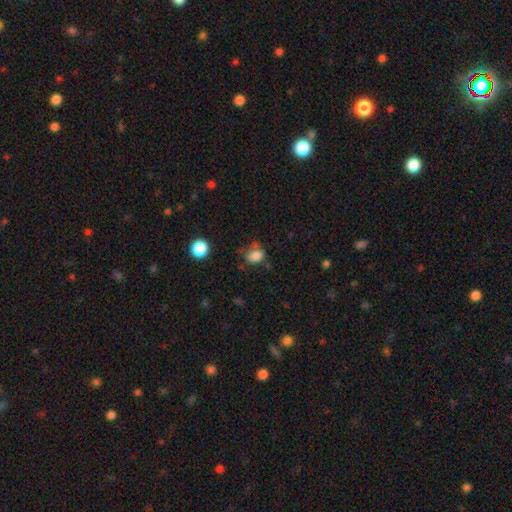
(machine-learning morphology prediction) A smooth galaxy with no disk features (79%) that is in between round and cigar-shaped (64%).

Vote fractions:
- Smooth or featured? smooth: 79% / star or artifact: 11% / featured or disk: 9%
- How rounded? in between: 64% / round: 35% / cigar-shaped: 1%
- Merging? none: 49% / minor disturbance: 30% / major disturbance: 14% / merger: 7%